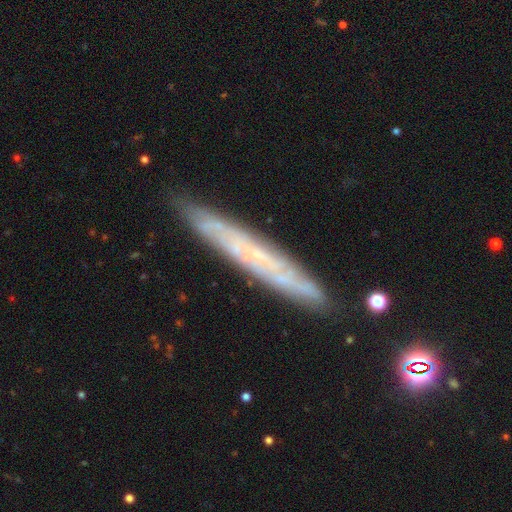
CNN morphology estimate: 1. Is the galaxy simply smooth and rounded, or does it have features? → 65% featured or disk, 27% smooth, 8% star or artifact.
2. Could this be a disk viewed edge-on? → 75% yes, 25% no.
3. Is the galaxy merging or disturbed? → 85% none, 11% minor disturbance, 2% major disturbance, 2% merger.